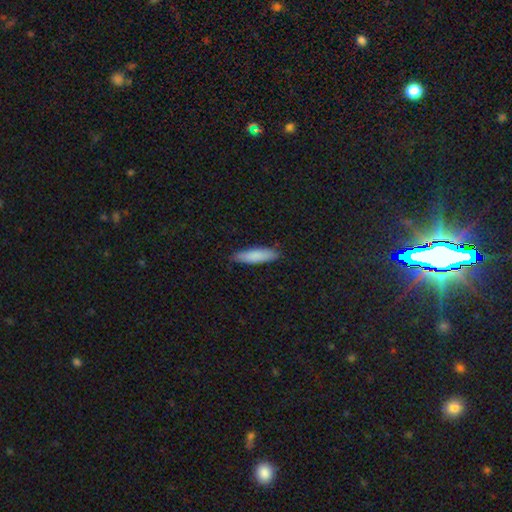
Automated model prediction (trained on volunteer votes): Smooth or featured: smooth — 84% (featured or disk — 10%)
How rounded: cigar-shaped — 68% (in between — 30%)
Merging: none — 86% (minor disturbance — 11%)